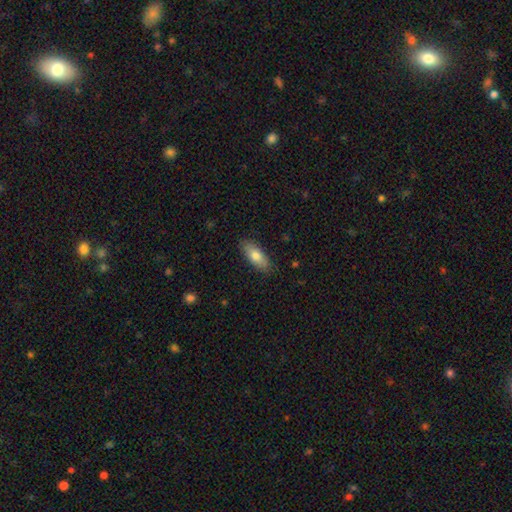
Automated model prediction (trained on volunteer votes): Smooth or featured? smooth (78%)
How rounded? in between (77%)
Merging? none (87%)